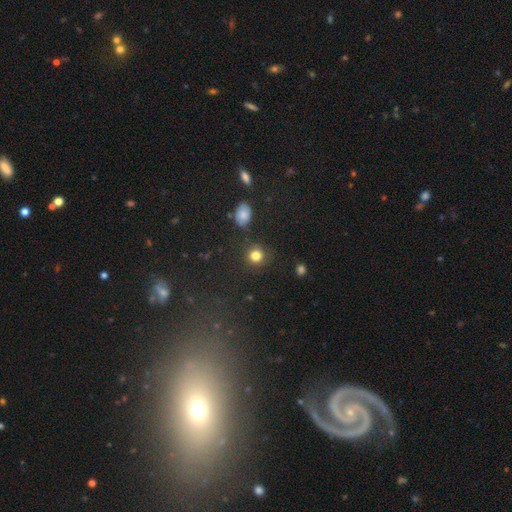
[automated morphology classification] Smooth or featured?
  - smooth: 83% *
  - star or artifact: 12%
  - featured or disk: 5%
How rounded?
  - round: 89% *
  - in between: 10%
  - cigar-shaped: 1%
Merging?
  - none: 84% *
  - minor disturbance: 9%
  - major disturbance: 4%
  - merger: 4%